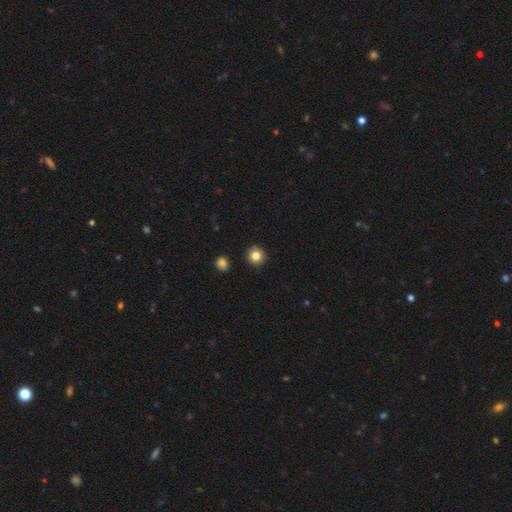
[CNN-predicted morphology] Q: Smooth or featured?
A: smooth (84%); runner-up: star or artifact (10%)
Q: How rounded?
A: round (92%); runner-up: in between (7%)
Q: Merging?
A: none (89%); runner-up: minor disturbance (7%)